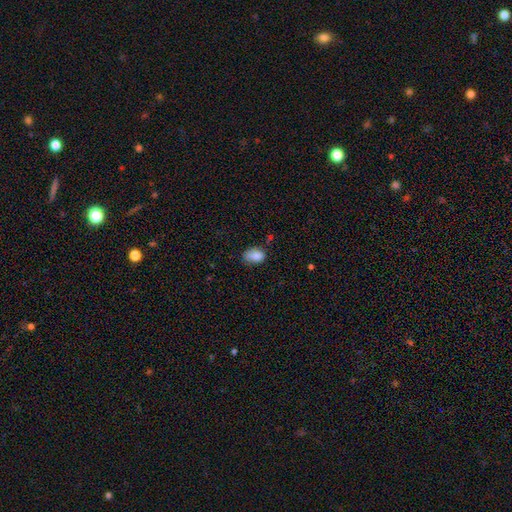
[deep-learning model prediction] Q: Smooth or featured?
A: smooth (85%); runner-up: star or artifact (9%)
Q: How rounded?
A: in between (82%); runner-up: round (17%)
Q: Merging?
A: none (56%); runner-up: minor disturbance (33%)